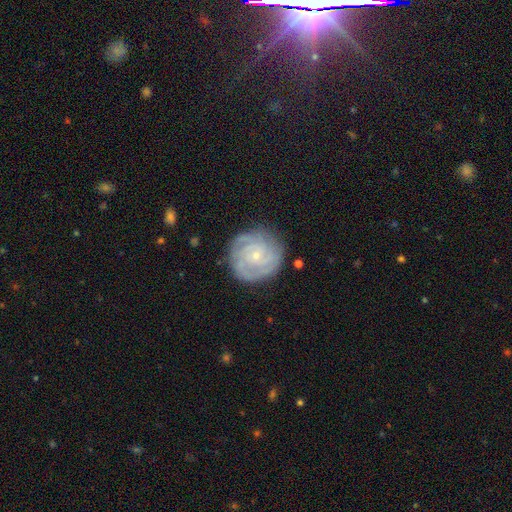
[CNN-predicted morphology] featured or disk 81%, smooth 13%, star or artifact 6%. Down the decision tree: edge-on disk — no (98%); bar — no (73%); spiral arms — yes (95%); spiral arm count — 3 (28%); spiral winding — tight (74%); bulge size — small (83%); merging — none (81%).